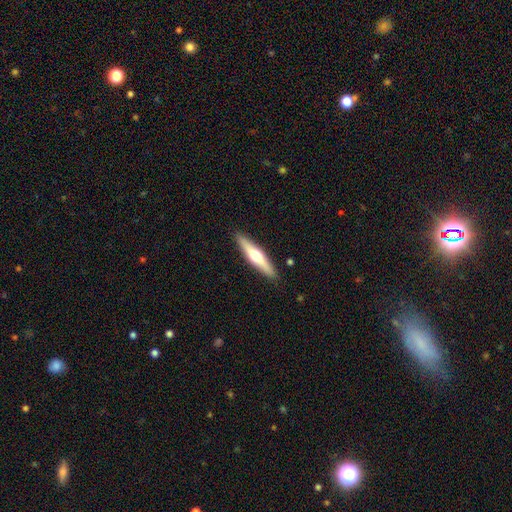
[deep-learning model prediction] The model was most divided on "smooth or featured": featured or disk: 51%, smooth: 44%, star or artifact: 5%. More confident: edge-on disk — yes (95%); merging — none (90%).